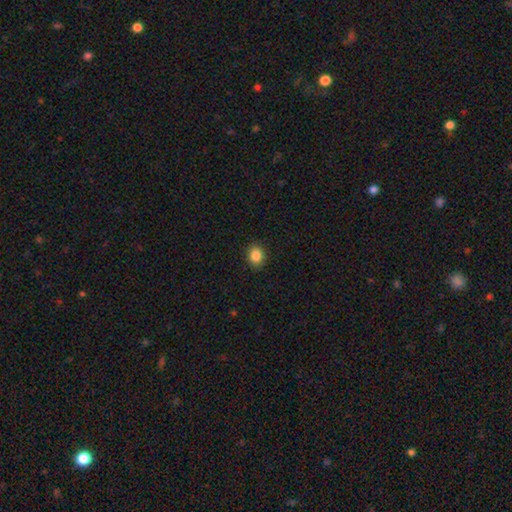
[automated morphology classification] A smooth galaxy with no disk features (86%) that is round (59%).

Vote fractions:
- Smooth or featured? smooth: 86% / star or artifact: 10% / featured or disk: 4%
- How rounded? round: 59% / in between: 40% / cigar-shaped: 1%
- Merging? none: 90% / minor disturbance: 7% / major disturbance: 2% / merger: 1%